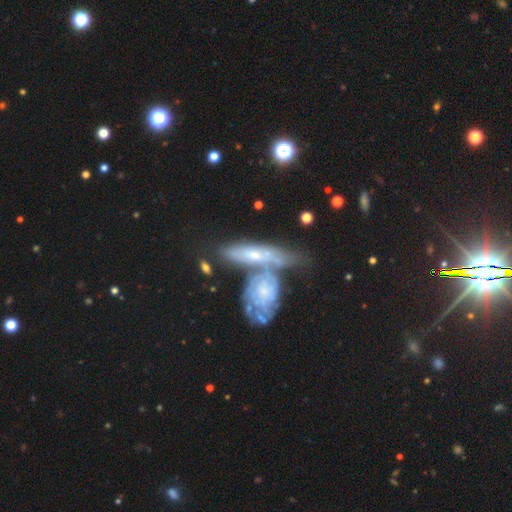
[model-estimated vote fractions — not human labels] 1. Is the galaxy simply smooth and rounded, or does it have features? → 68% featured or disk, 25% smooth, 7% star or artifact.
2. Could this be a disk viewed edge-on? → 66% no, 34% yes.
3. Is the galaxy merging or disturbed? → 46% merger, 34% none, 14% minor disturbance, 6% major disturbance.